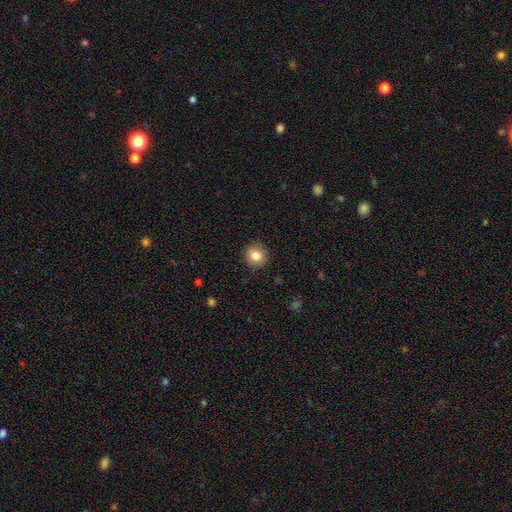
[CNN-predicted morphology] Smooth or featured: smooth — 84% (star or artifact — 9%)
How rounded: round — 90% (in between — 9%)
Merging: none — 91% (minor disturbance — 6%)